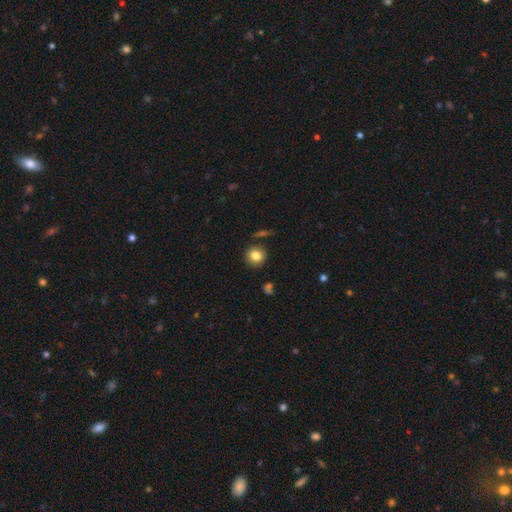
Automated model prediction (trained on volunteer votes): This appears to be a smooth galaxy with no disk features (81%) that is round (87%). Merging: none (86%).